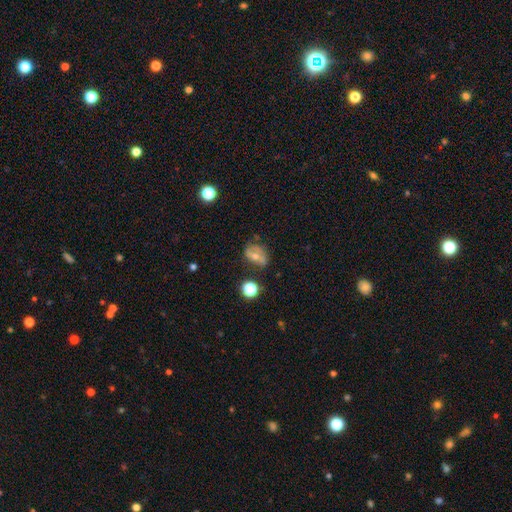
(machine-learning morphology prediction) The model was most divided on "smooth or featured": smooth: 44%, featured or disk: 43%, star or artifact: 13%. More confident: merging — none (59%).